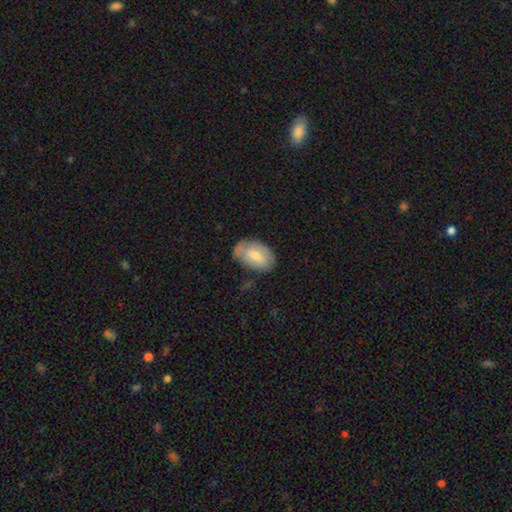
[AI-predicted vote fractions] smooth_or_featured: smooth (p=0.67) [alt: featured or disk p=0.27]
how_rounded: in between (p=0.89) [alt: round p=0.09]
merging: none (p=0.63) [alt: minor disturbance p=0.26]